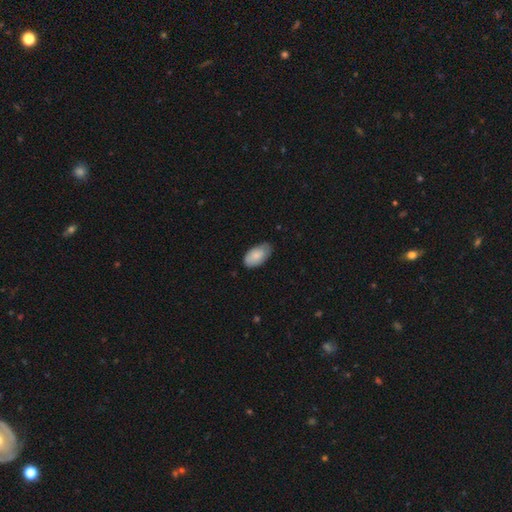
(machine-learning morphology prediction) smooth 82%, featured or disk 12%, star or artifact 6%. Down the decision tree: how rounded — in between (95%); merging — none (67%).